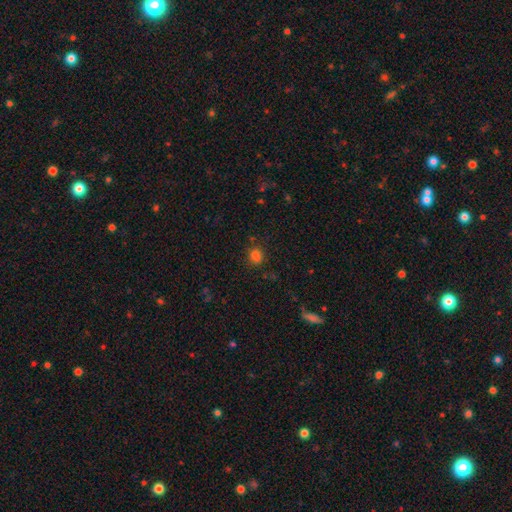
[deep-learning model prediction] smooth-or-featured: smooth: 75% | star or artifact: 20% | featured or disk: 6%
  how-rounded: round: 56% | in between: 43% | cigar-shaped: 1%
  merging: none: 73% | minor disturbance: 13% | merger: 9% | major disturbance: 4%